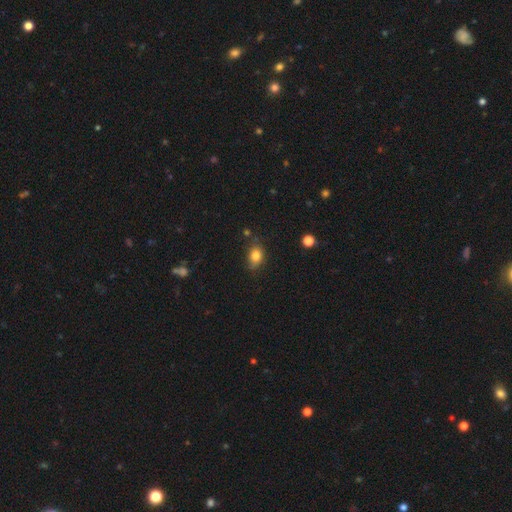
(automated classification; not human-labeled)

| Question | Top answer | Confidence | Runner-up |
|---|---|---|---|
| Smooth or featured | smooth | 82% | star or artifact (10%) |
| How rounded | in between | 67% | round (31%) |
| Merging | none | 69% | minor disturbance (23%) |